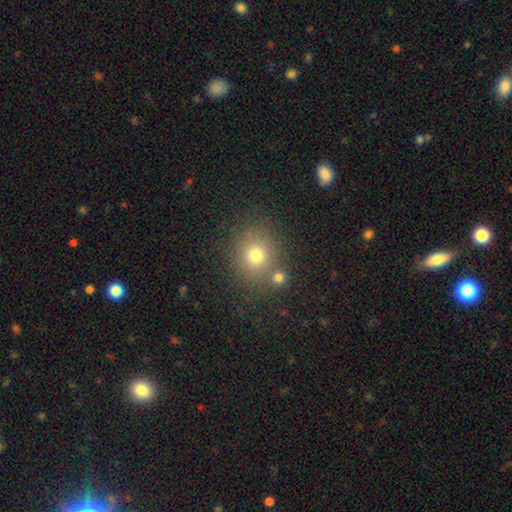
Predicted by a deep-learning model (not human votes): A smooth galaxy with no disk features (74%) that is round (79%).

Vote fractions:
- Smooth or featured? smooth: 74% / star or artifact: 16% / featured or disk: 10%
- How rounded? round: 79% / in between: 20% / cigar-shaped: 1%
- Merging? none: 71% / merger: 15% / minor disturbance: 10% / major disturbance: 4%